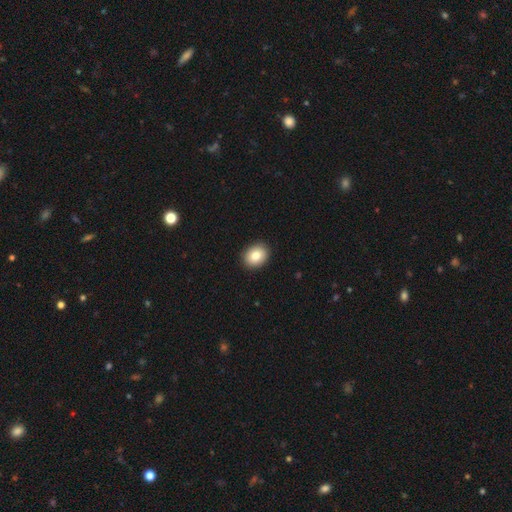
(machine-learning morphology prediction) Smooth or featured: smooth — 84% (star or artifact — 8%)
How rounded: in between — 51% (round — 48%)
Merging: none — 91% (minor disturbance — 7%)